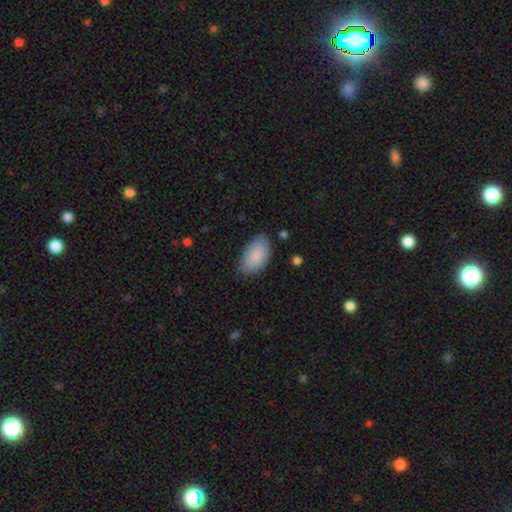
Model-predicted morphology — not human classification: This appears to be a smooth galaxy with no disk features (87%) that is in between round and cigar-shaped (95%). Merging: none (78%).